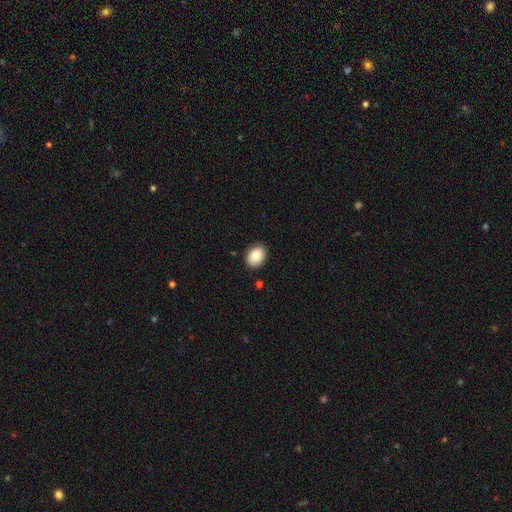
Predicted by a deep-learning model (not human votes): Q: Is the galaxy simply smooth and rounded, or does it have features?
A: smooth — 88%.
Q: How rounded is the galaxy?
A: in between — 71%.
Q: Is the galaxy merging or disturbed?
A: none — 89%.